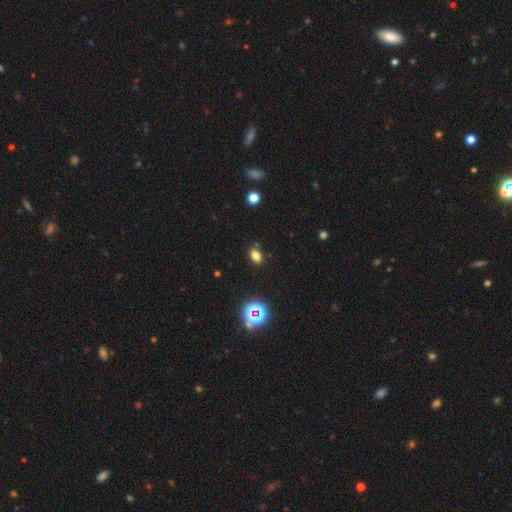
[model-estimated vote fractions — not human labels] This is likely a smooth galaxy (75%). How rounded: likely in between (78%). Merging: clearly none (84%).